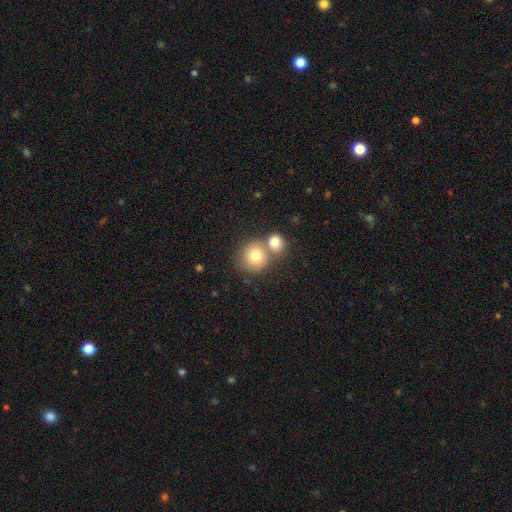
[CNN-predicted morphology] smooth-or-featured: smooth: 77% | featured or disk: 13% | star or artifact: 10%
  how-rounded: round: 87% | in between: 12% | cigar-shaped: 1%
  merging: none: 46% | merger: 43% | minor disturbance: 8% | major disturbance: 3%